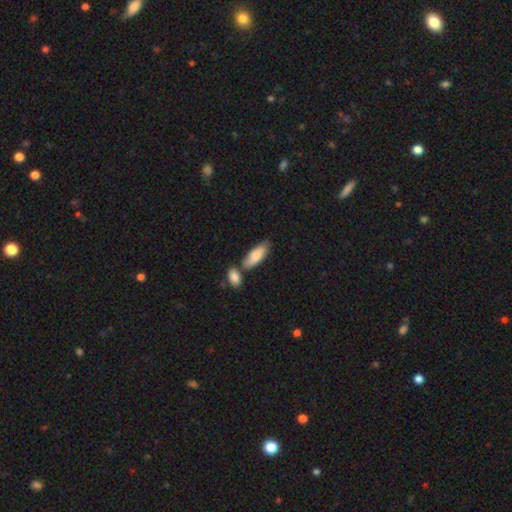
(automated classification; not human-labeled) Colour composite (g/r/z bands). It shows a smooth galaxy with no disk features (80%) that is in between round and cigar-shaped (77%). Merging: none (52%).